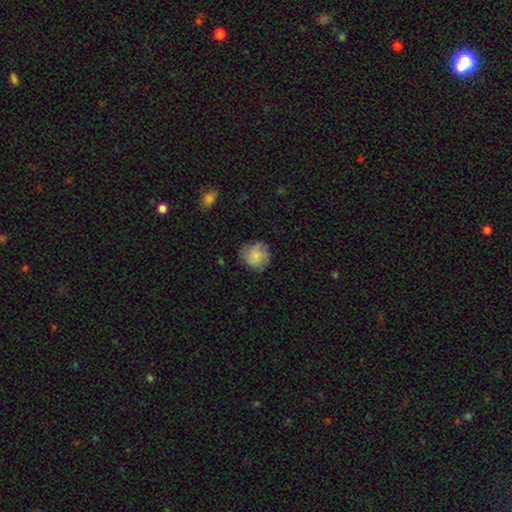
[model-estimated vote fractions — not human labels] A smooth galaxy with no disk features (78%) that is round (87%).

Vote fractions:
- Smooth or featured? smooth: 78% / featured or disk: 15% / star or artifact: 7%
- How rounded? round: 87% / in between: 12% / cigar-shaped: 1%
- Merging? none: 73% / minor disturbance: 21% / major disturbance: 5% / merger: 1%